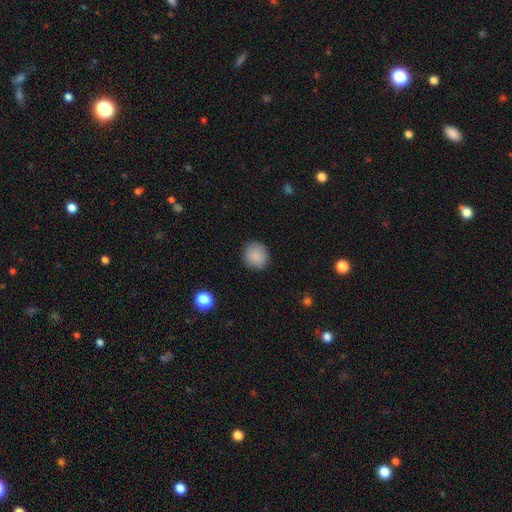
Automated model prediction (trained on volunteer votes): The model was most divided on "smooth or featured": smooth: 88%, star or artifact: 8%, featured or disk: 4%. More confident: how rounded — round (91%); merging — none (90%).